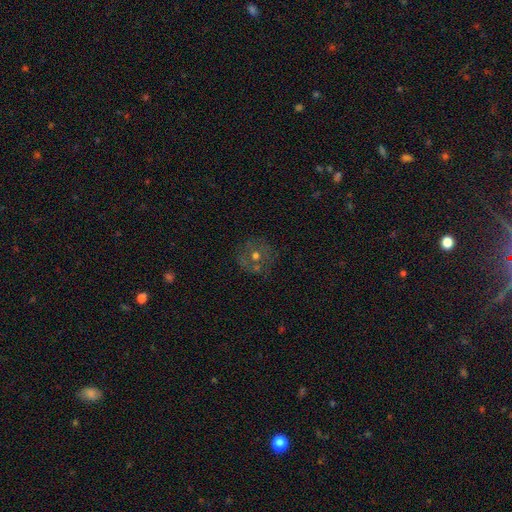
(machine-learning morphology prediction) Smooth or featured? featured or disk (42%)
Merging? none (67%)